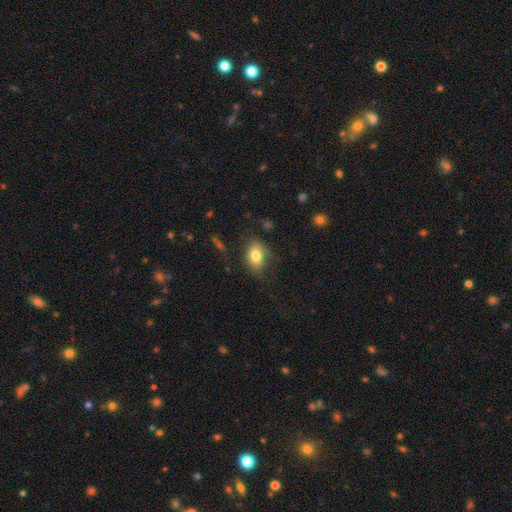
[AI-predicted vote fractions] The model was most divided on "merging": none: 64%, minor disturbance: 24%, major disturbance: 11%, merger: 2%. More confident: smooth or featured — smooth (79%); how rounded — in between (75%).